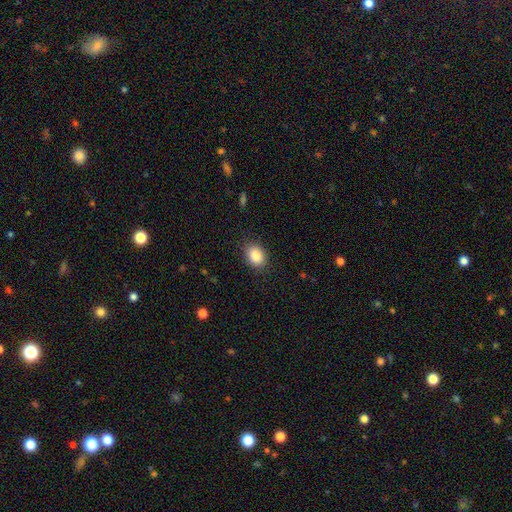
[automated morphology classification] The model was most divided on "how rounded": in between: 67%, round: 32%, cigar-shaped: 1%. More confident: smooth or featured — smooth (86%); merging — none (86%).